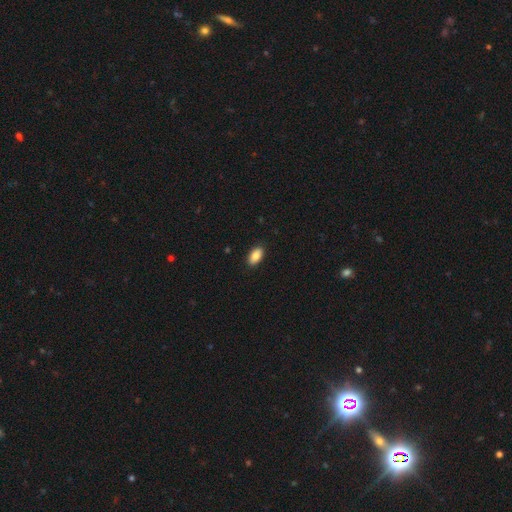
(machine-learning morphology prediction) This appears to be a smooth galaxy with no disk features (88%) that is in between round and cigar-shaped (93%). Merging: none (89%).